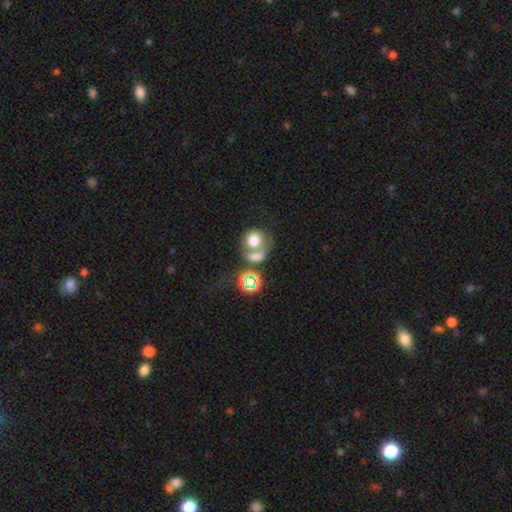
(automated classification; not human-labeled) Smooth or featured? Predicted: smooth (p=0.62). How rounded? Predicted: round (p=0.69). Merging? Predicted: merger (p=0.53).